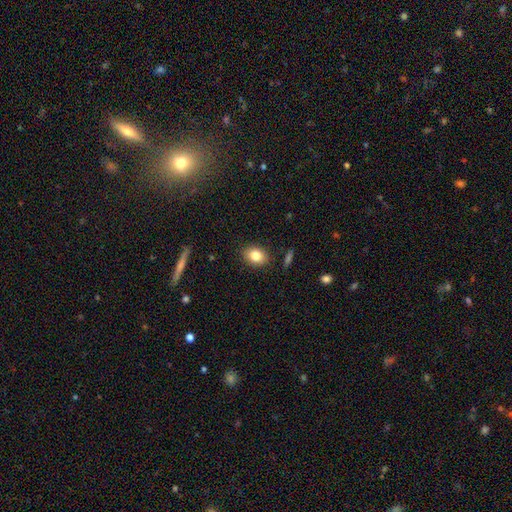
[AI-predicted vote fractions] A smooth galaxy with no disk features (82%) that is in between round and cigar-shaped (67%).

Vote fractions:
- Smooth or featured? smooth: 82% / featured or disk: 9% / star or artifact: 9%
- How rounded? in between: 67% / round: 32% / cigar-shaped: 1%
- Merging? none: 87% / minor disturbance: 9% / major disturbance: 2% / merger: 1%